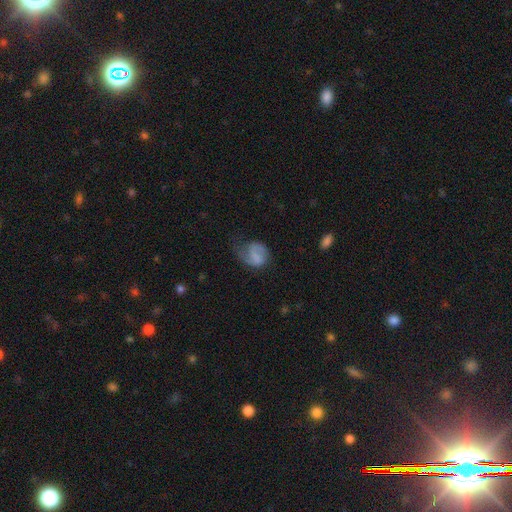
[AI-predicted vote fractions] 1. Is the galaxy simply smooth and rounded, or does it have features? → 59% smooth, 32% featured or disk, 9% star or artifact.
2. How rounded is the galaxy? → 50% round, 49% in between, 1% cigar-shaped.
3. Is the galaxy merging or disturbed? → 35% major disturbance, 31% minor disturbance, 31% none, 3% merger.